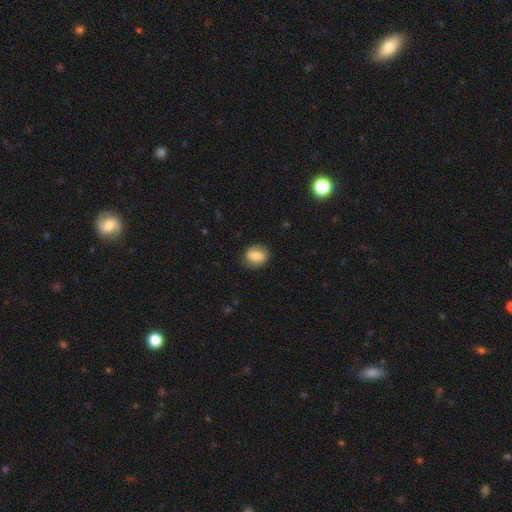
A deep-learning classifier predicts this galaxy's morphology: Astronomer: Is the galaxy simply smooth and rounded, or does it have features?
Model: smooth — 69%.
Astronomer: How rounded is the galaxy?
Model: in between — 60% (runner-up: round, 38%).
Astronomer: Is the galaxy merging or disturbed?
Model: none — 77%.